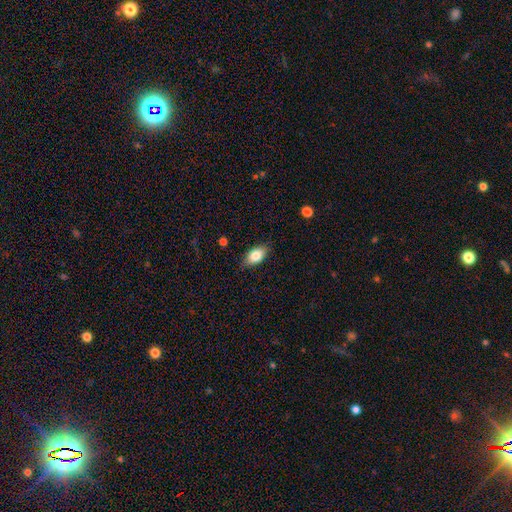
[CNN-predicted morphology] Smooth or featured: smooth — 81% (featured or disk — 12%)
How rounded: in between — 90% (round — 6%)
Merging: none — 82% (minor disturbance — 14%)